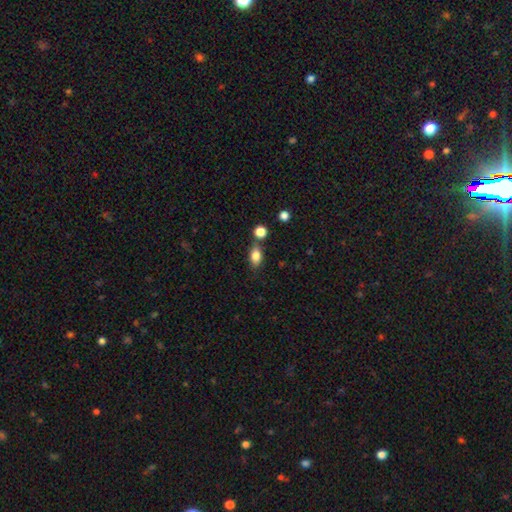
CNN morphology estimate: This is clearly a smooth galaxy (82%). How rounded: clearly in between (81%). Merging: likely none (71%).